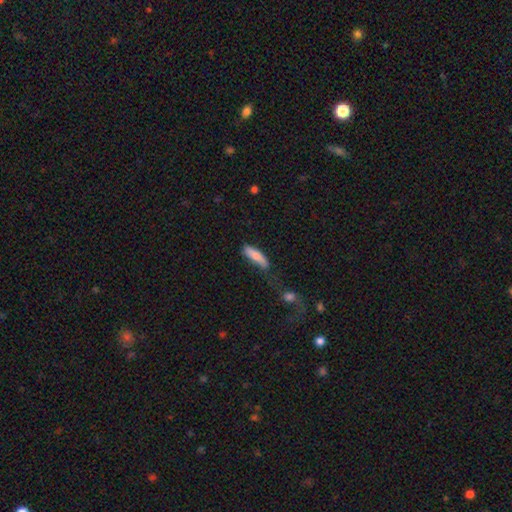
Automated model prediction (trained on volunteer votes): smooth 77%, featured or disk 17%, star or artifact 6%. Down the decision tree: how rounded — cigar-shaped (62%); merging — none (53%).